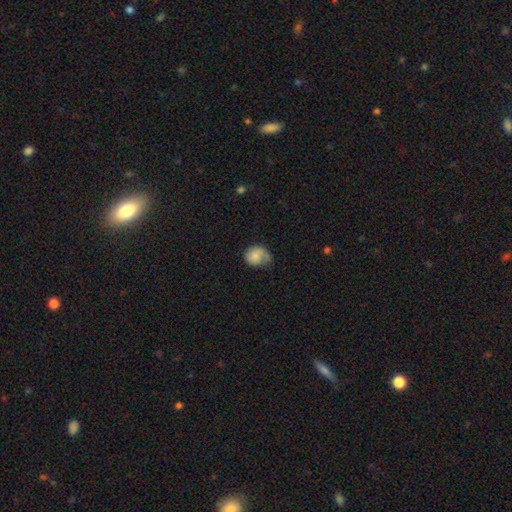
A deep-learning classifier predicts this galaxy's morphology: A smooth galaxy with no disk features (70%) that is round (51%). Merging: none (45%).